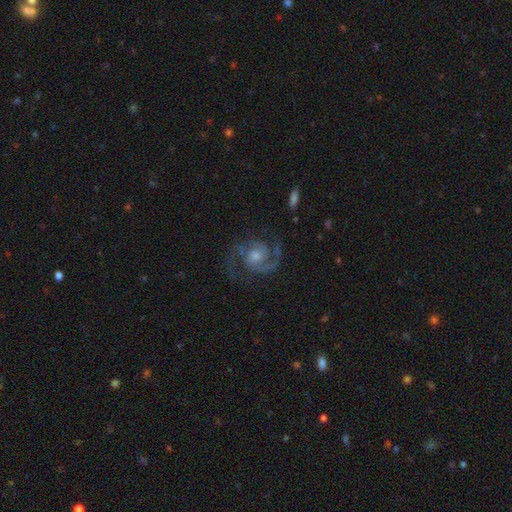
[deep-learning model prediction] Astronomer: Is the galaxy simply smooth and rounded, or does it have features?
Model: featured or disk — 91%.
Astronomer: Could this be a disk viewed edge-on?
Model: no — 98%.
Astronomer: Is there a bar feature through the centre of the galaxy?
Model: no — 64%.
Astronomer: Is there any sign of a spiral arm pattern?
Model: yes — 98%.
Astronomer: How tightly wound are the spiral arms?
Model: medium — 60%.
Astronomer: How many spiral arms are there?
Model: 2 — 91%.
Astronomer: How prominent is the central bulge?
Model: moderate — 51% (runner-up: small, 37%).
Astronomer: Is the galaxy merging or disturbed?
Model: none — 78%.